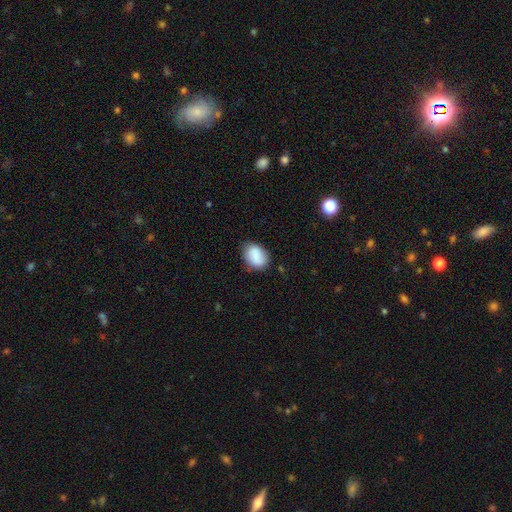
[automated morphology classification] A smooth galaxy with no disk features (86%) that is in between round and cigar-shaped (70%).

Vote fractions:
- Smooth or featured? smooth: 86% / star or artifact: 7% / featured or disk: 7%
- How rounded? in between: 70% / round: 29% / cigar-shaped: 1%
- Merging? none: 74% / minor disturbance: 20% / major disturbance: 4% / merger: 2%